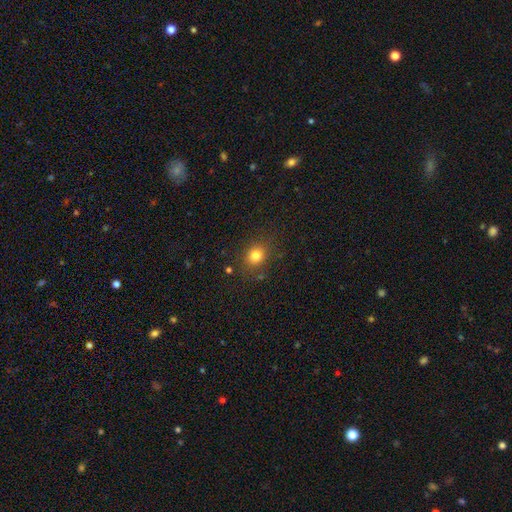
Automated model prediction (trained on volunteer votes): Smooth or featured?
  - smooth: 80% *
  - star or artifact: 14%
  - featured or disk: 6%
How rounded?
  - round: 76% *
  - in between: 23%
  - cigar-shaped: 1%
Merging?
  - none: 84% *
  - minor disturbance: 10%
  - major disturbance: 4%
  - merger: 2%